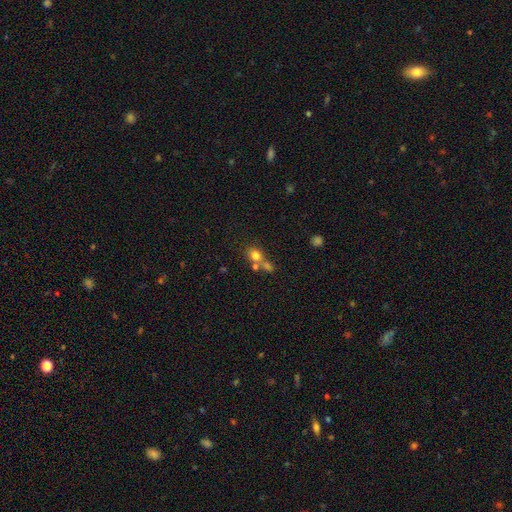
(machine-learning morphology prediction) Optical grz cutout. It shows a smooth galaxy with no disk features (74%) that is round (76%). Merging: merger (48%).